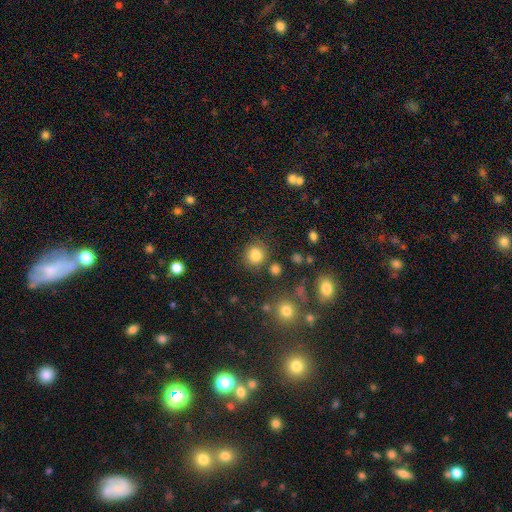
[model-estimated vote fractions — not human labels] Overall: smooth (82%). How rounded: round (83%). Merging: none (78%).